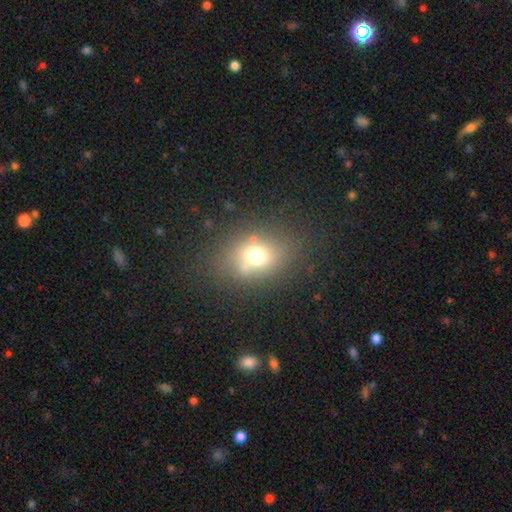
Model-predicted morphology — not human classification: A smooth galaxy with no disk features (67%) that is in between round and cigar-shaped (50%).

Vote fractions:
- Smooth or featured? smooth: 67% / star or artifact: 18% / featured or disk: 15%
- How rounded? in between: 50% / round: 49% / cigar-shaped: 1%
- Merging? none: 72% / minor disturbance: 15% / major disturbance: 8% / merger: 5%